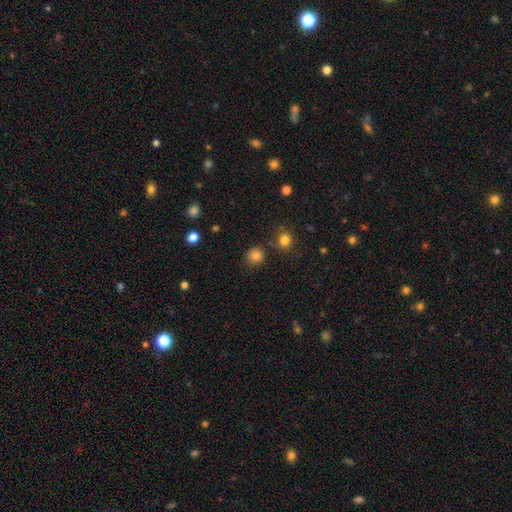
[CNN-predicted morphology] Q: Smooth or featured?
A: smooth (82%); runner-up: star or artifact (13%)
Q: How rounded?
A: round (88%); runner-up: in between (11%)
Q: Merging?
A: none (84%); runner-up: minor disturbance (9%)